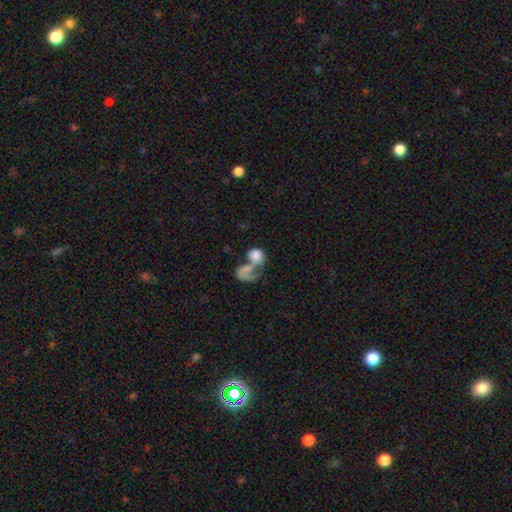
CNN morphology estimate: type=smooth (57%); roundness=round (53%); merging=merger (61%).